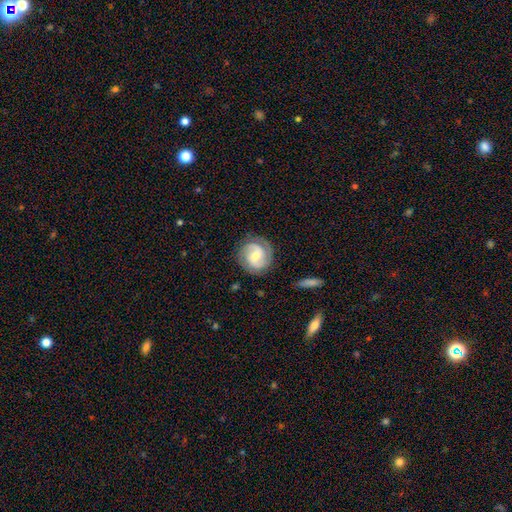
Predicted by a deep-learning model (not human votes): A featured or disk galaxy (78%) with a weak bar (47%), 2 (83%) tight (46%) spiral arms (95%) and a moderate central bulge (53%). Merging: none (83%).